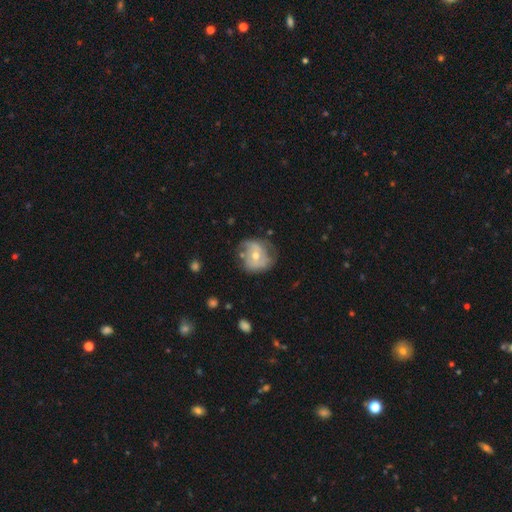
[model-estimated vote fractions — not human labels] This appears to be a featured or disk galaxy (61%) with no bar (69%), spiral arms (70%) and a moderate central bulge (60%). Merging: none (56%).